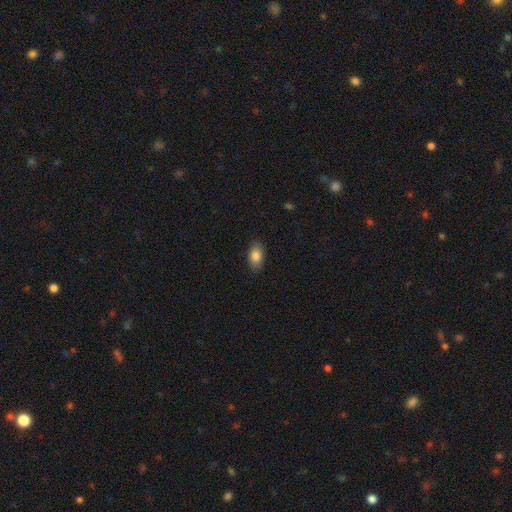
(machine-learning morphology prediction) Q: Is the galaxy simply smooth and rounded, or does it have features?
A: smooth — 85%.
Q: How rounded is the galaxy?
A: in between — 91%.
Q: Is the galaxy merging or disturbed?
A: none — 85%.